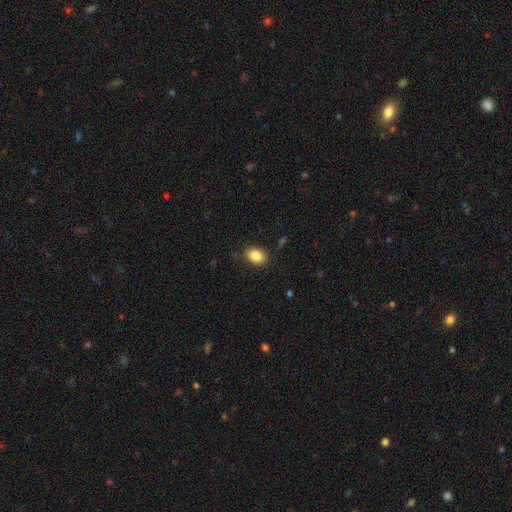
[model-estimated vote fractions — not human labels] A smooth galaxy with no disk features (86%) that is in between round and cigar-shaped (74%).

Vote fractions:
- Smooth or featured? smooth: 86% / star or artifact: 8% / featured or disk: 5%
- How rounded? in between: 74% / round: 25% / cigar-shaped: 1%
- Merging? none: 84% / minor disturbance: 12% / major disturbance: 3% / merger: 1%